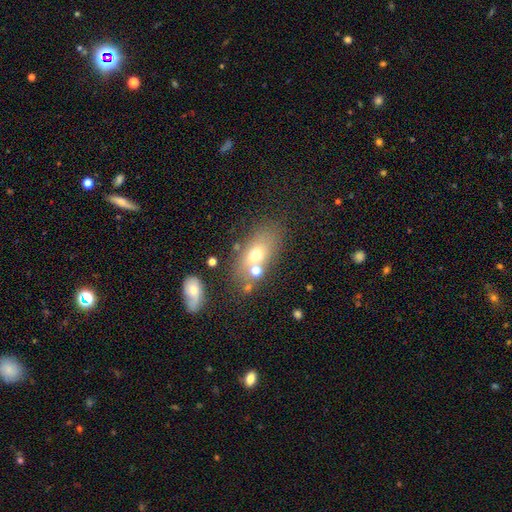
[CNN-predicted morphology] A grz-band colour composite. It shows a smooth galaxy with no disk features (62%) that is in between round and cigar-shaped (74%). Merging: none (55%).